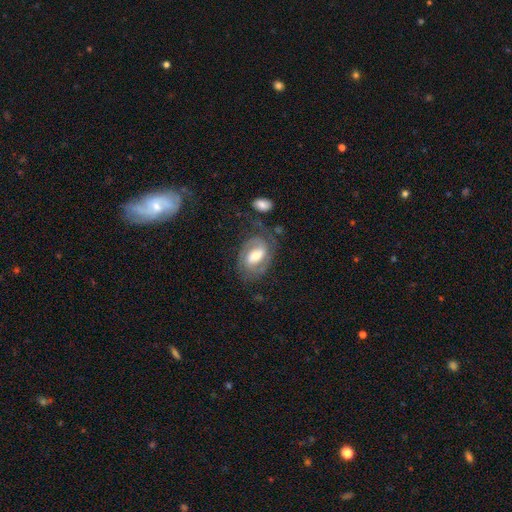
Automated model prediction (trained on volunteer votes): A featured or disk galaxy (77%) with a weak bar (45%), 2 (79%) tight (46%) spiral arms (90%) and a moderate central bulge (63%).

Vote fractions:
- Smooth or featured? featured or disk: 77% / smooth: 17% / star or artifact: 6%
- Edge-on disk? no: 96% / yes: 4%
- Bar? weak: 45% / strong: 31% / no: 25%
- Spiral arms? yes: 90% / no: 10%
- Spiral winding? tight: 46% / medium: 42% / loose: 12%
- Spiral arm count? 2: 79% / can't tell: 11% / 1: 4% / 3: 4% / 4: 1% / more than 4: 1%
- Bulge size? moderate: 63% / small: 22% / large: 12% / dominant: 1% / none: 1%
- Merging? none: 68% / minor disturbance: 17% / major disturbance: 11% / merger: 4%